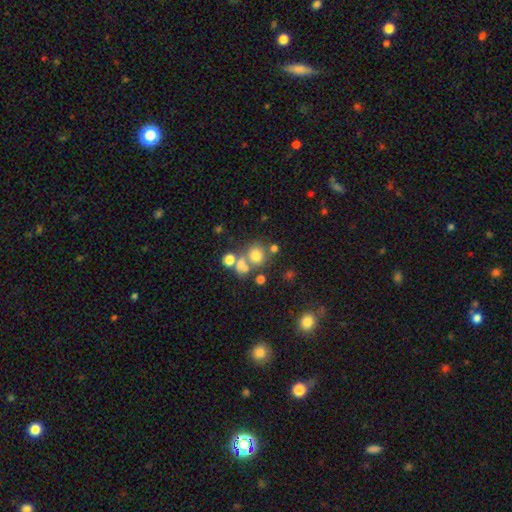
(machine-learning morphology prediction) A smooth galaxy with no disk features (66%) that is round (83%). Merging: none (55%).